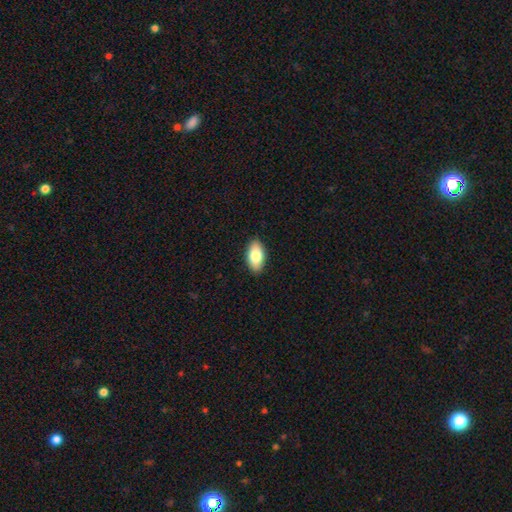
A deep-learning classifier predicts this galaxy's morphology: Smooth or featured: smooth — 80% (featured or disk — 13%)
How rounded: in between — 93% (cigar-shaped — 3%)
Merging: none — 90% (minor disturbance — 8%)